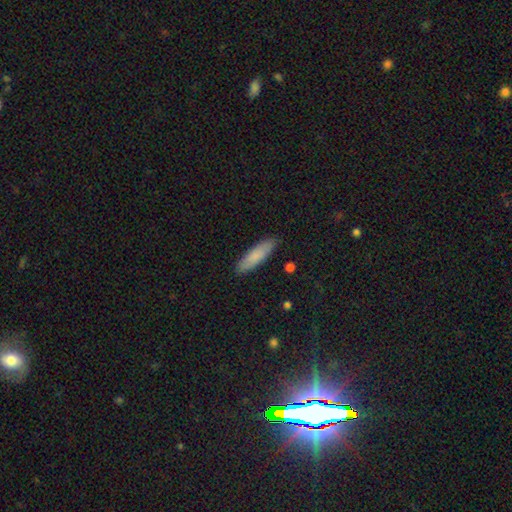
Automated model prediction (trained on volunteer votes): Morphology: type=smooth (83%); roundness=cigar-shaped (68%); merging=none (89%).